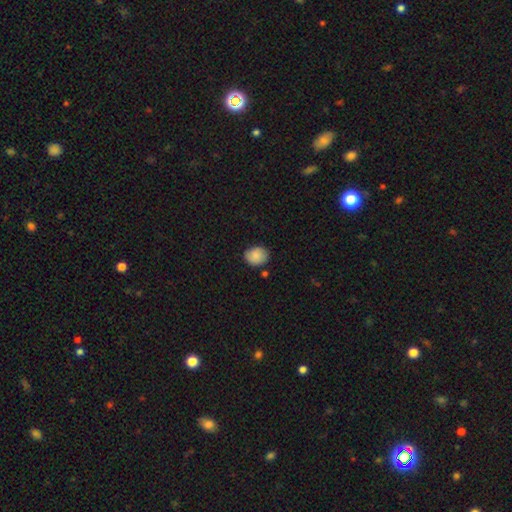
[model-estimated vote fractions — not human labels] Smooth or featured? Predicted: smooth (p=0.86). How rounded? Predicted: round (p=0.55). Merging? Predicted: none (p=0.78).